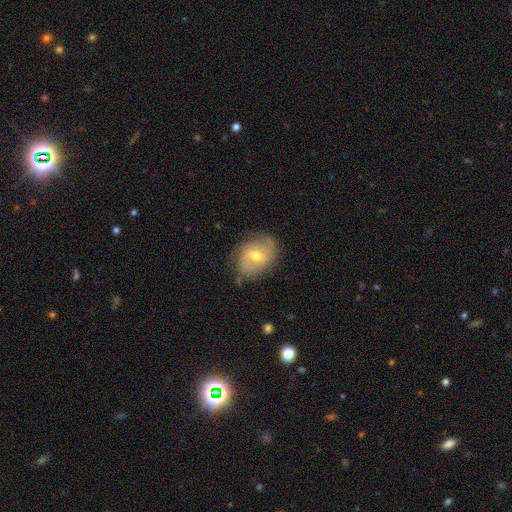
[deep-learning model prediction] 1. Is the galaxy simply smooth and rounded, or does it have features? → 56% featured or disk, 36% smooth, 8% star or artifact.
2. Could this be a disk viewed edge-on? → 95% no, 5% yes.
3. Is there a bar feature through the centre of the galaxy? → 50% weak, 34% no, 16% strong.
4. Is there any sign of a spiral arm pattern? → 67% yes, 33% no.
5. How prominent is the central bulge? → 73% moderate, 21% small, 4% large, 1% none, 1% dominant.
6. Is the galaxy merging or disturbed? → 69% none, 23% minor disturbance, 6% major disturbance, 2% merger.